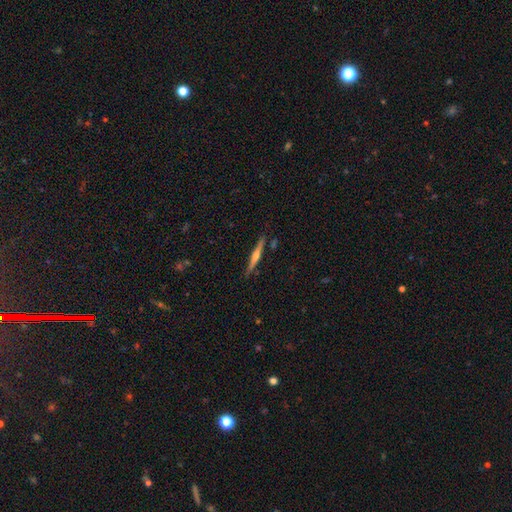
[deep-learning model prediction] Morphology: type=featured or disk (69%); edge-on=yes (98%); edge-on bulge=rounded (84%); merging=none (88%).